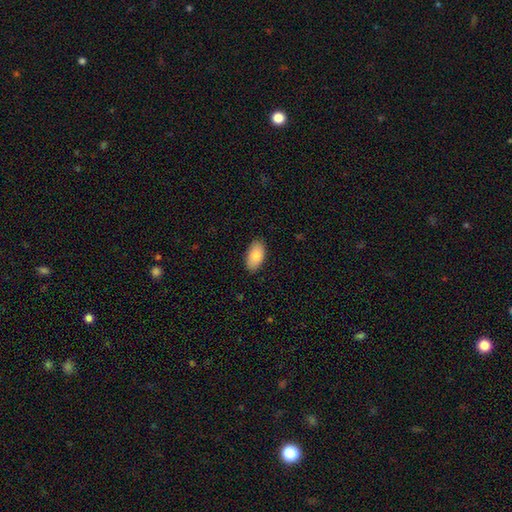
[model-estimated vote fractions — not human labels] smooth-or-featured: smooth: 87% | featured or disk: 7% | star or artifact: 6%
  how-rounded: in between: 95% | round: 3% | cigar-shaped: 2%
  merging: none: 87% | minor disturbance: 10% | major disturbance: 2% | merger: 1%